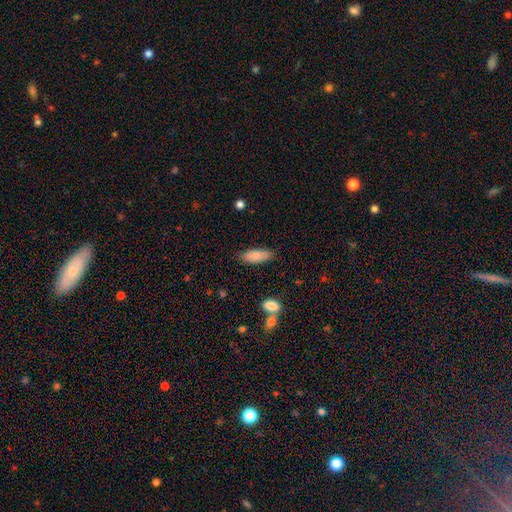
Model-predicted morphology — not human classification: Q: Smooth or featured?
A: smooth (85%); runner-up: featured or disk (8%)
Q: How rounded?
A: in between (69%); runner-up: cigar-shaped (29%)
Q: Merging?
A: none (83%); runner-up: minor disturbance (12%)